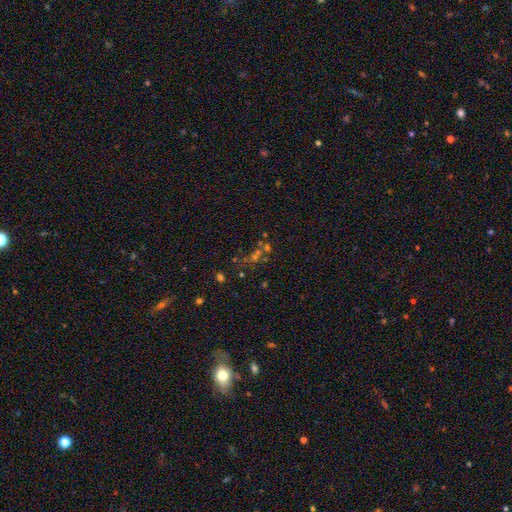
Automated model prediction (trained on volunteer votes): star or artifact 57%, smooth 25%, featured or disk 18%.